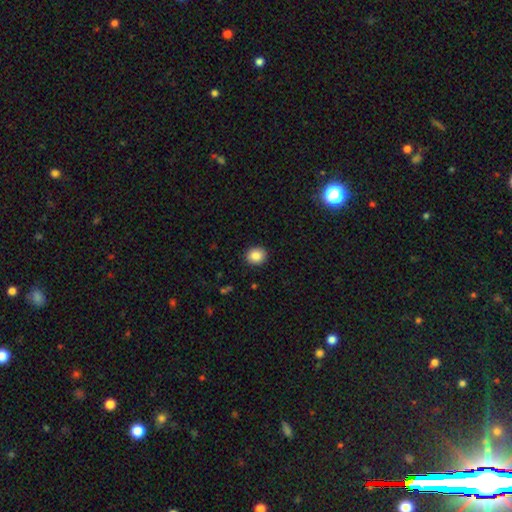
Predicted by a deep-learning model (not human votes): A smooth galaxy with no disk features (86%) that is round (73%). Merging: none (91%).